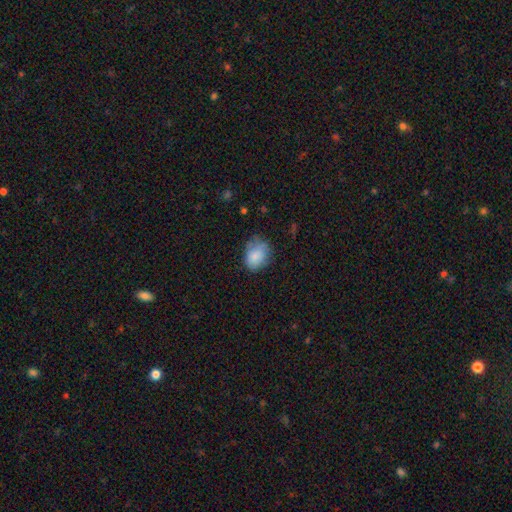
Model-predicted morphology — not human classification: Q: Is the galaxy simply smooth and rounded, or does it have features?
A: smooth — 81%.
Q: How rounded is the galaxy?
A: in between — 65%.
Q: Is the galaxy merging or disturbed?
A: none — 55%.